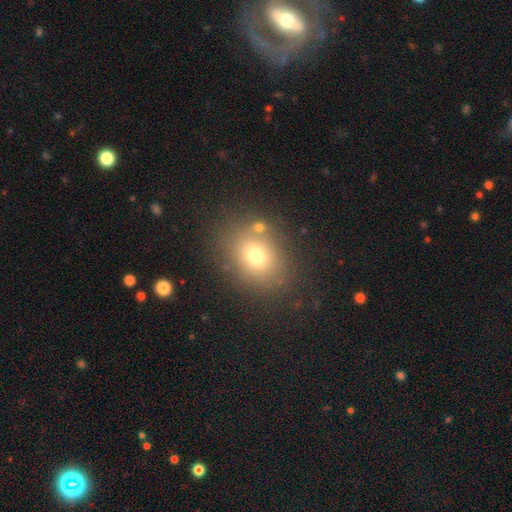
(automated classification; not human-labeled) Smooth or featured: smooth — 71% (star or artifact — 16%)
How rounded: in between — 54% (round — 45%)
Merging: none — 78% (minor disturbance — 11%)